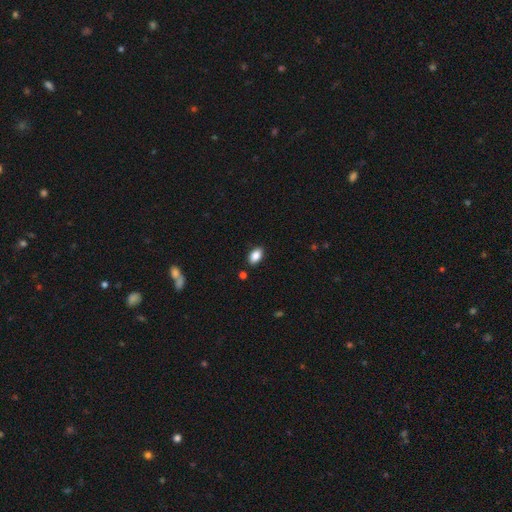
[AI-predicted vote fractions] A smooth galaxy with no disk features (87%) that is in between round and cigar-shaped (92%). Merging: none (87%).